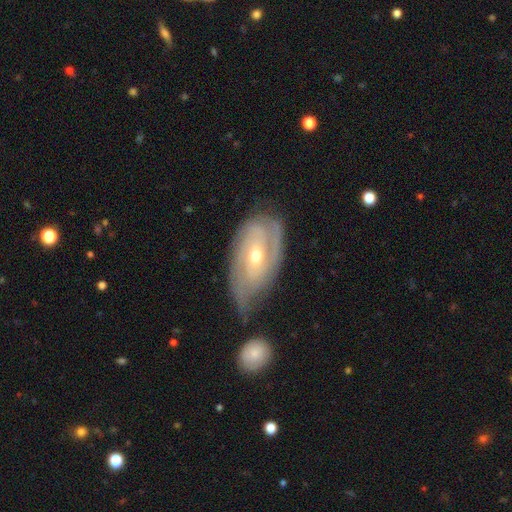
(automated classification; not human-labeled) smooth_or_featured: featured or disk (p=0.83) [alt: smooth p=0.11]
disk_edge_on: no (p=0.94) [alt: yes p=0.06]
bar: no (p=0.43) [alt: weak p=0.41]
has_spiral_arms: yes (p=0.93) [alt: no p=0.07]
spiral_winding: tight (p=0.61) [alt: medium p=0.30]
spiral_arm_count: 2 (p=0.46) [alt: can't tell p=0.26]
bulge_size: moderate (p=0.55) [alt: small p=0.42]
merging: none (p=0.59) [alt: minor disturbance p=0.24]